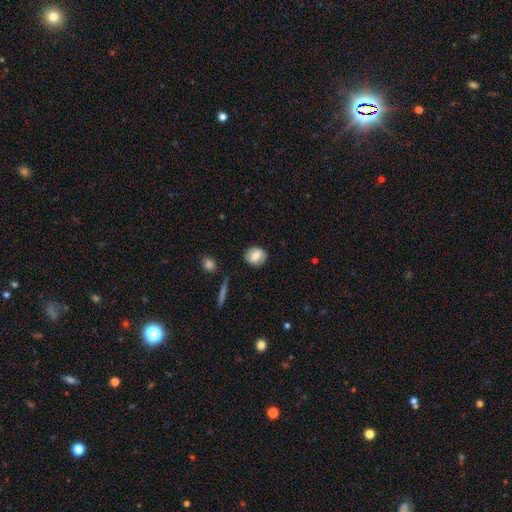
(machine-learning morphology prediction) Smooth or featured: smooth — 71% (featured or disk — 21%)
How rounded: round — 69% (in between — 30%)
Merging: none — 82% (minor disturbance — 13%)